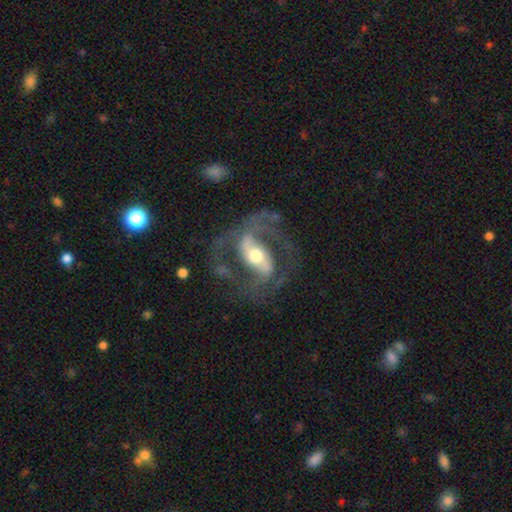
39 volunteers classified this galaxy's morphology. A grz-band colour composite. It shows a featured or disk galaxy (85%) with a strong bar (63%), 2 (73%) loose (46%) spiral arms (87%) and a moderate central bulge (67%). Merging: none (62%).